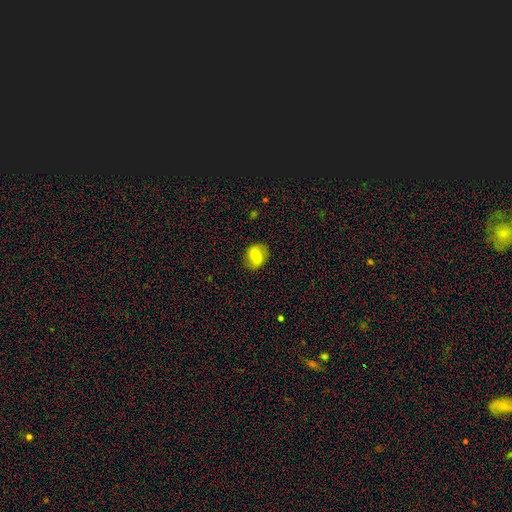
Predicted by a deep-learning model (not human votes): smooth-or-featured: smooth: 58% | featured or disk: 33% | star or artifact: 9%
  how-rounded: in between: 52% | round: 46% | cigar-shaped: 2%
  merging: none: 80% | minor disturbance: 14% | major disturbance: 5% | merger: 1%